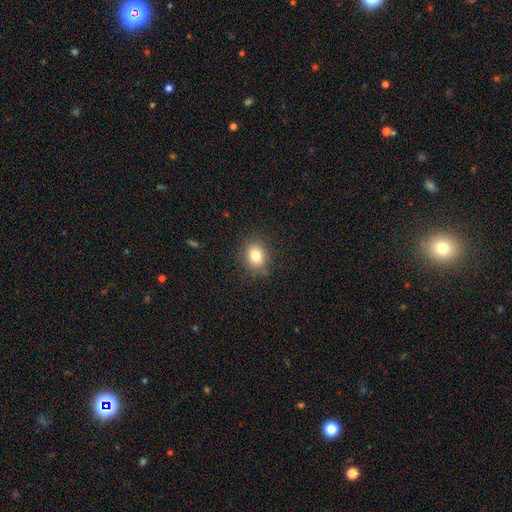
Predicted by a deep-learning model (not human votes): smooth 81%, star or artifact 11%, featured or disk 8%. Down the decision tree: how rounded — round (65%); merging — none (83%).